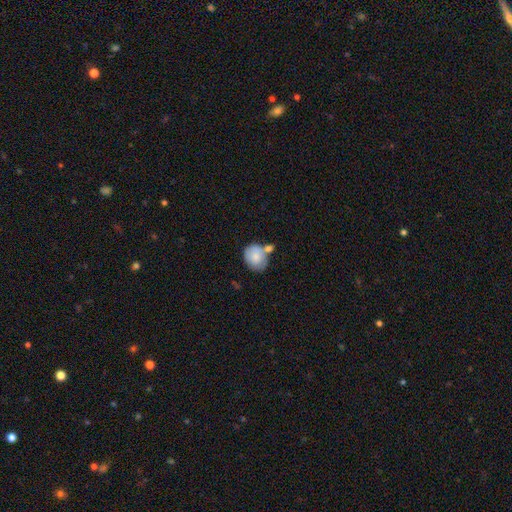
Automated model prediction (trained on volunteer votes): Morphology: type=smooth (78%); roundness=round (58%); merging=none (44%).